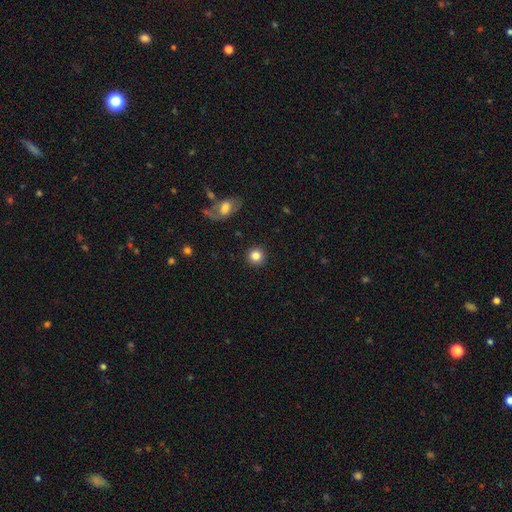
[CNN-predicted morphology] A smooth galaxy with no disk features (83%) that is round (93%).

Vote fractions:
- Smooth or featured? smooth: 83% / star or artifact: 11% / featured or disk: 6%
- How rounded? round: 93% / in between: 6% / cigar-shaped: 1%
- Merging? none: 92% / minor disturbance: 5% / major disturbance: 2% / merger: 1%